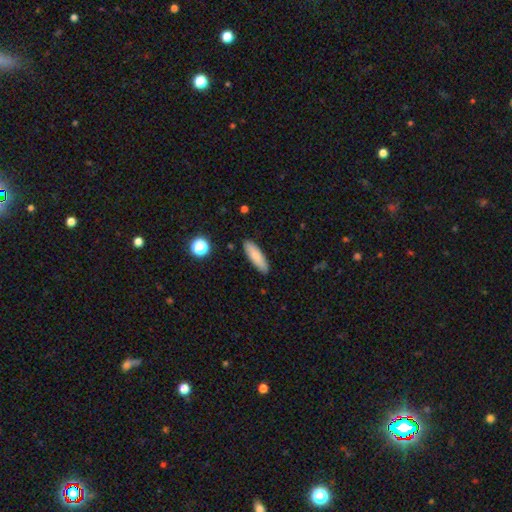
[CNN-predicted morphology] type=smooth (84%); roundness=cigar-shaped (58%); merging=none (89%).